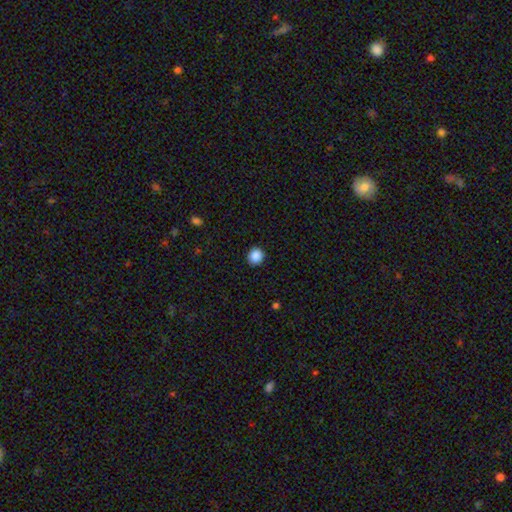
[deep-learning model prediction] smooth 88%, star or artifact 9%, featured or disk 2%. Down the decision tree: how rounded — round (89%); merging — none (92%).